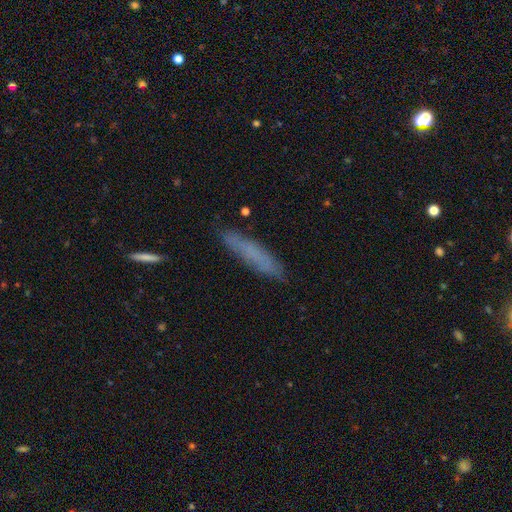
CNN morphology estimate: smooth 68%, featured or disk 21%, star or artifact 11%. Down the decision tree: how rounded — cigar-shaped (88%); merging — none (85%).